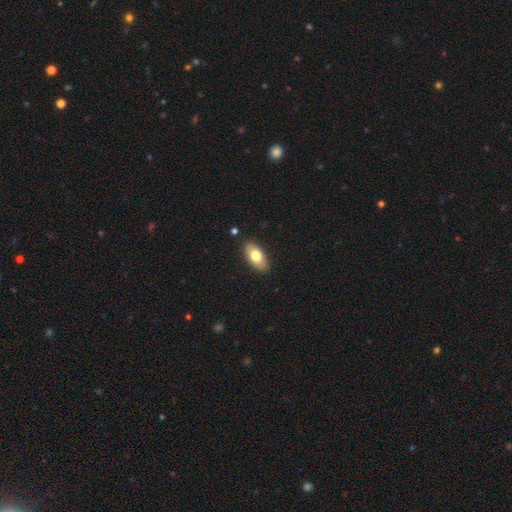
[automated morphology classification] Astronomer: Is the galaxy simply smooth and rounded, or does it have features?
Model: smooth — 76%.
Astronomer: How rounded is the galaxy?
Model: in between — 91%.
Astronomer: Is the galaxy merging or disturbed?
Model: none — 87%.